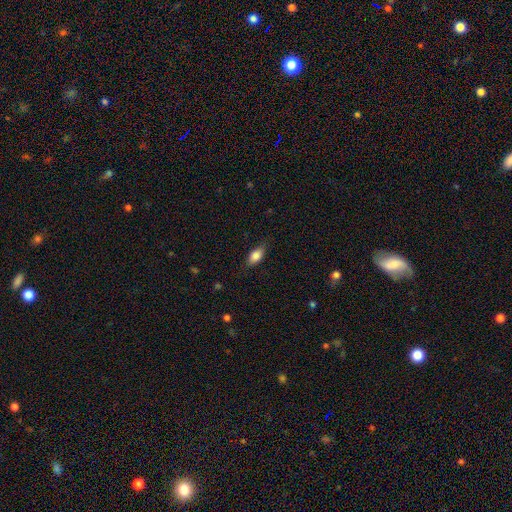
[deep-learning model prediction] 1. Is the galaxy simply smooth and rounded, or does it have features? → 80% smooth, 13% featured or disk, 7% star or artifact.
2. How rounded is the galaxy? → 86% in between, 9% cigar-shaped, 6% round.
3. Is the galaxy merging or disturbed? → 79% none, 16% minor disturbance, 4% major disturbance, 1% merger.